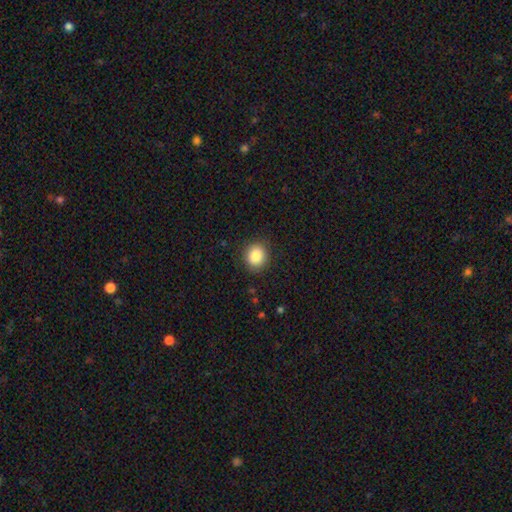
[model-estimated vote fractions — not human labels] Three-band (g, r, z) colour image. It shows a smooth galaxy with no disk features (87%) that is round (76%). Merging: none (88%).